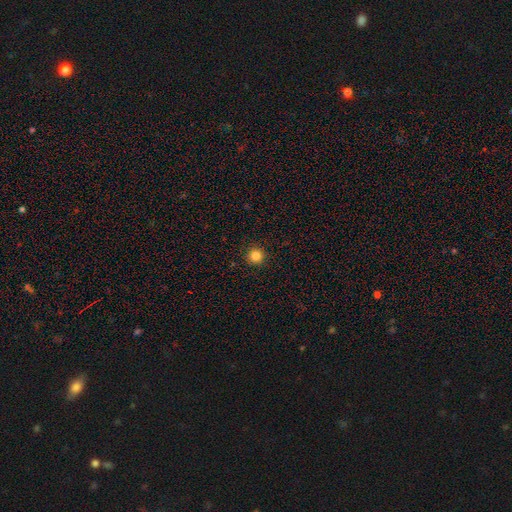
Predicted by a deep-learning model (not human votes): Q: Smooth or featured?
A: smooth (84%); runner-up: star or artifact (12%)
Q: How rounded?
A: round (96%); runner-up: in between (3%)
Q: Merging?
A: none (93%); runner-up: minor disturbance (5%)